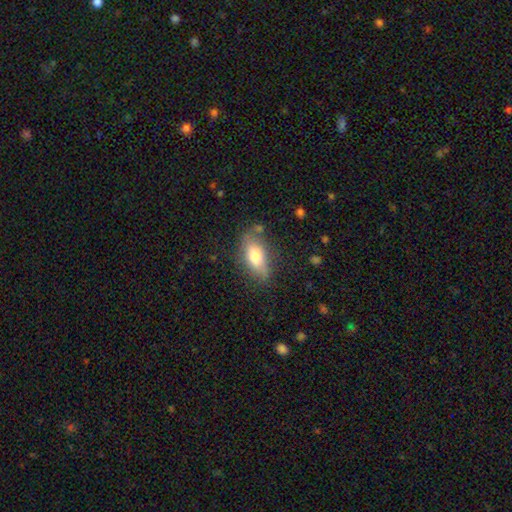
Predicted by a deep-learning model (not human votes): Smooth or featured: smooth — 73% (featured or disk — 20%)
How rounded: in between — 84% (cigar-shaped — 12%)
Merging: none — 69% (minor disturbance — 22%)